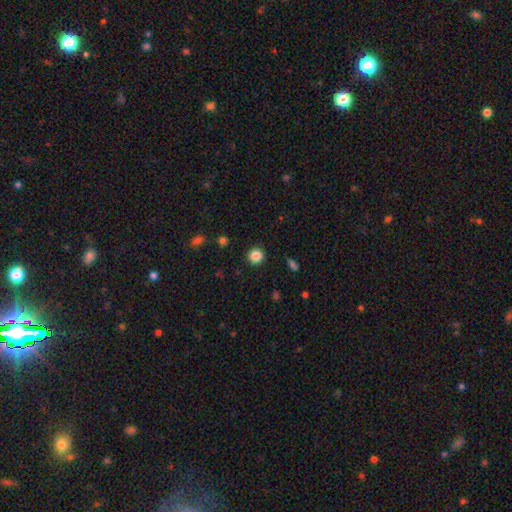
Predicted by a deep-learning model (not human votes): Smooth or featured? Predicted: smooth (p=0.85). How rounded? Predicted: round (p=0.93). Merging? Predicted: none (p=0.92).